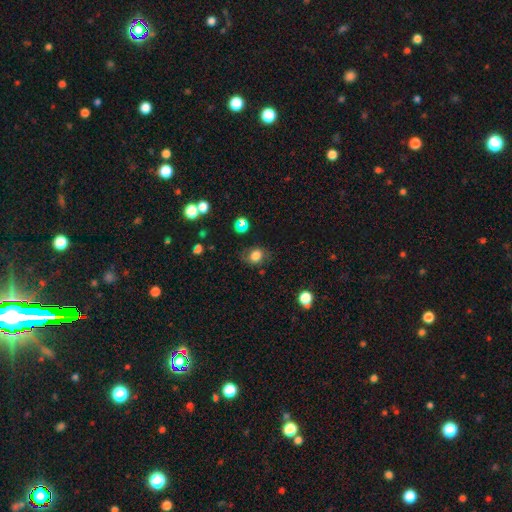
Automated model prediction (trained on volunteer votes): Morphology: type=smooth (75%); roundness=round (54%); merging=none (67%).